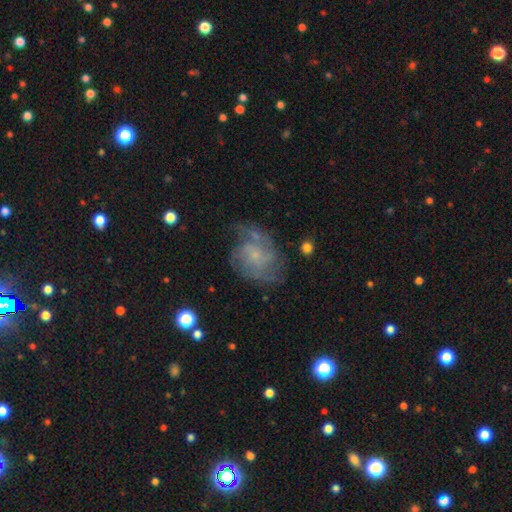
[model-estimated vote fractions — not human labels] The model was most divided on "spiral arm count": can't tell: 36%, 2: 28%, 3: 17%, 4: 7%, 1: 7%, more than 4: 5%. Remaining: edge-on disk — no (98%); spiral arms — yes (86%); smooth or featured — featured or disk (72%); bar — no (67%); bulge size — small (64%); merging — none (56%); spiral winding — medium (44%).